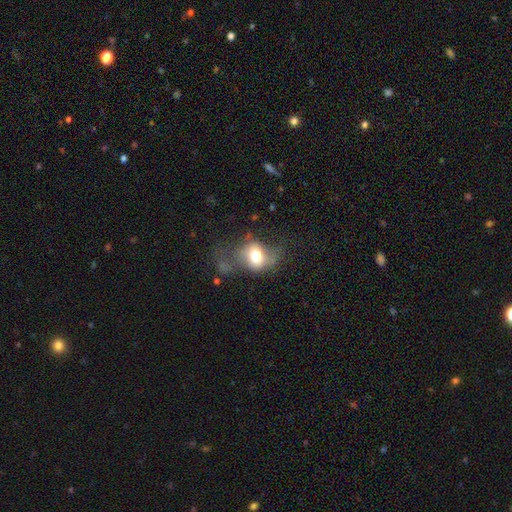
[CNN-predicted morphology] Overall: smooth (63%; featured or disk 27%). How rounded: in between (56%; round 42%). Merging: none (35%, tied with major disturbance).